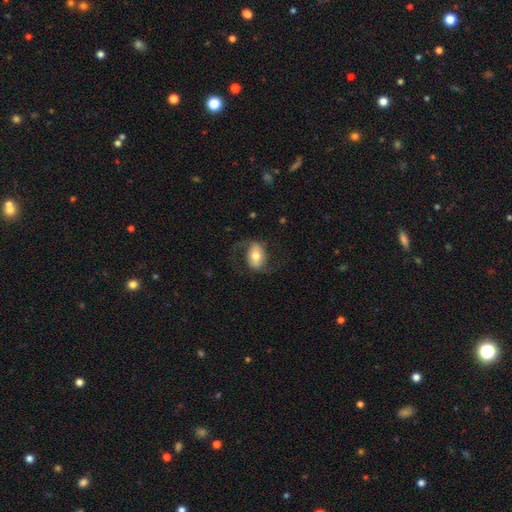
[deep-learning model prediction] Morphology: type=featured or disk (53%); edge-on=no (94%); bar=no (36%); spiral arms=yes (77%); bulge=moderate (66%); merging=none (63%).